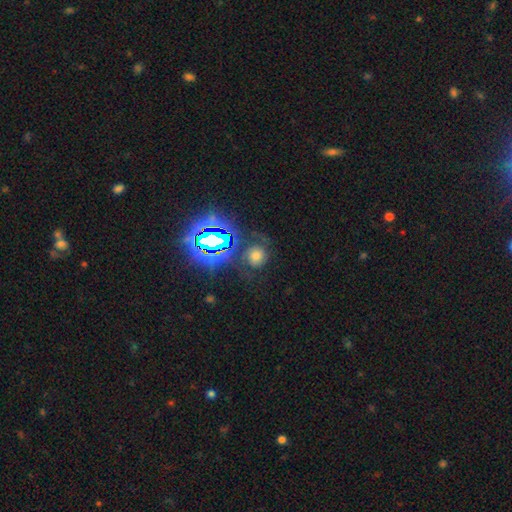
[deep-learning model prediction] Smooth or featured?
  - smooth: 46% *
  - star or artifact: 33%
  - featured or disk: 22%
Merging?
  - none: 68% *
  - minor disturbance: 17%
  - major disturbance: 11%
  - merger: 4%